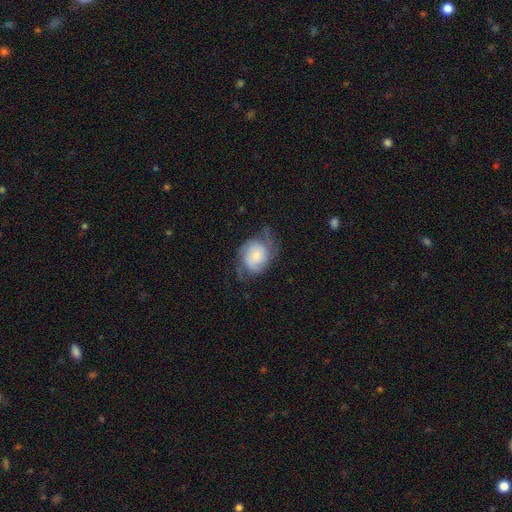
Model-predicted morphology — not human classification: smooth-or-featured: featured or disk: 57% | smooth: 35% | star or artifact: 8%
  disk-edge-on: no: 97% | yes: 3%
    bar: no: 75% | weak: 21% | strong: 4%
    has-spiral-arms: yes: 87% | no: 13%
    bulge-size: small: 45% | moderate: 26% | large: 15% | none: 10% | dominant: 5%
  merging: none: 51% | minor disturbance: 28% | major disturbance: 20% | merger: 1%